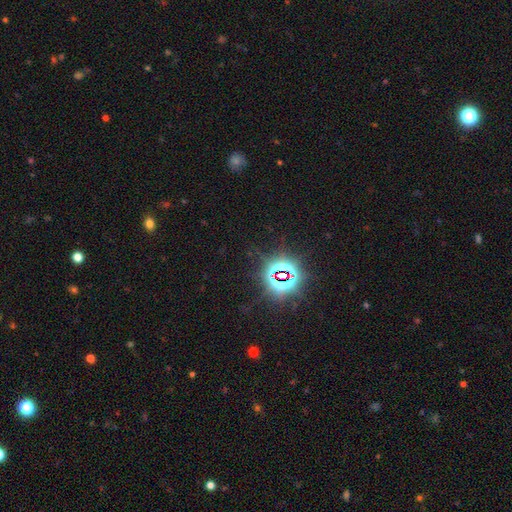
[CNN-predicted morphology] Overall: star or artifact (81%).